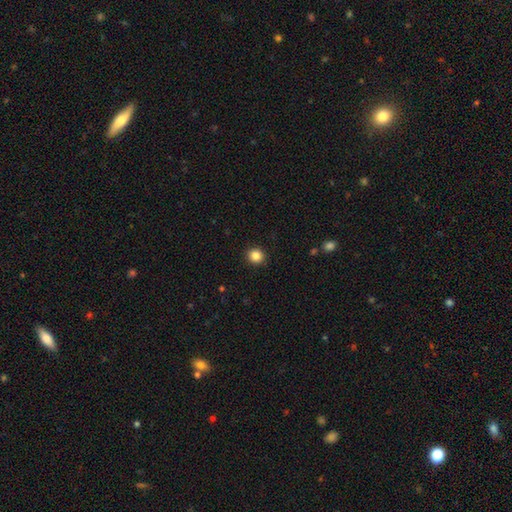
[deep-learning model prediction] smooth_or_featured: smooth (p=0.85) [alt: star or artifact p=0.11]
how_rounded: round (p=0.88) [alt: in between p=0.11]
merging: none (p=0.92) [alt: minor disturbance p=0.05]